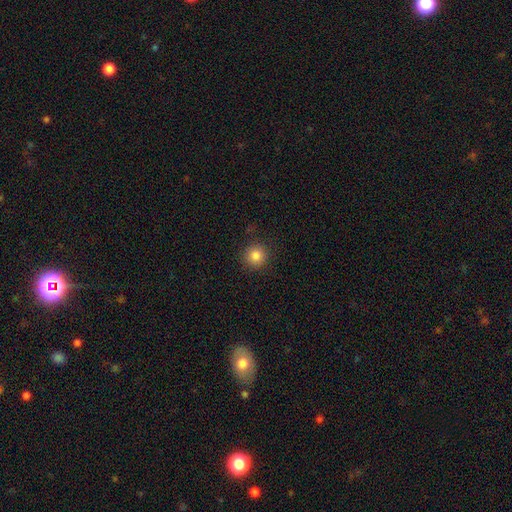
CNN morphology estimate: smooth_or_featured: smooth (p=0.84) [alt: star or artifact p=0.11]
how_rounded: round (p=0.94) [alt: in between p=0.05]
merging: none (p=0.90) [alt: minor disturbance p=0.06]